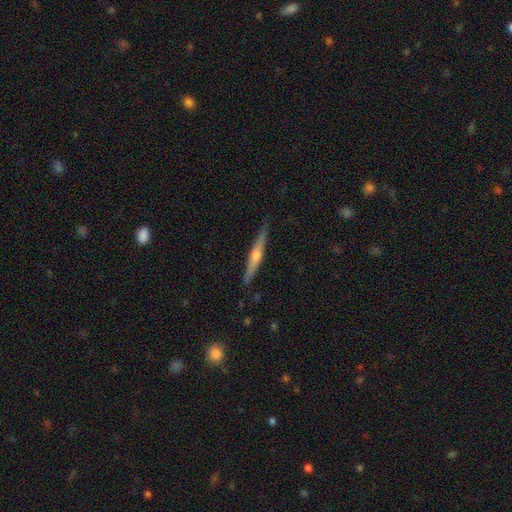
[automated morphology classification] Overall: featured or disk (72%). Edge-on disk: yes (98%). Edge-on bulge: rounded (85%). Merging: none (90%).